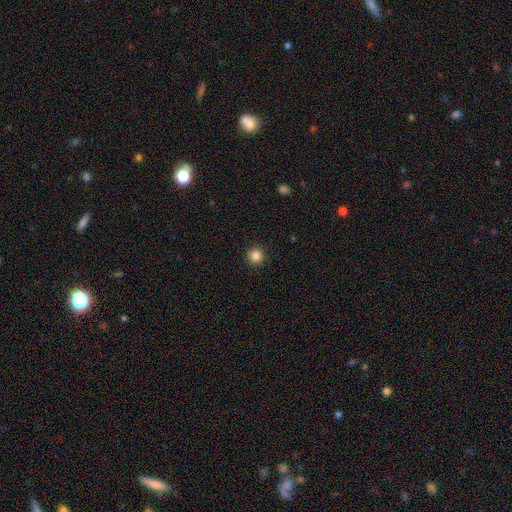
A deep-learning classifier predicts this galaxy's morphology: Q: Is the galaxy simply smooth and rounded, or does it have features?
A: smooth — 85%.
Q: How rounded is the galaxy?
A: round — 95%.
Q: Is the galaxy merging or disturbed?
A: none — 93%.